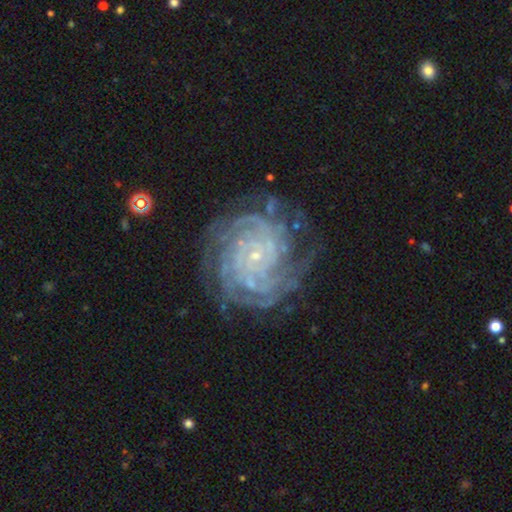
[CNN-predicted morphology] featured or disk 89%, star or artifact 6%, smooth 4%. Down the decision tree: edge-on disk — no (98%); bar — no (74%); spiral arms — yes (98%); spiral arm count — more than 4 (27%); spiral winding — tight (83%); bulge size — small (88%); merging — none (75%).